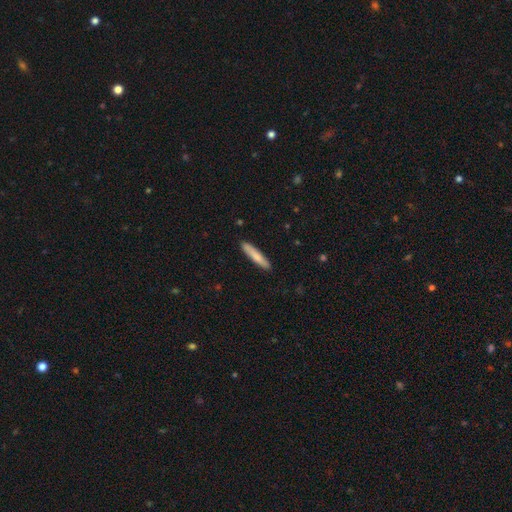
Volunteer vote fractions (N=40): This appears to be a smooth galaxy with no disk features (90%) that is cigar-shaped (92%). Merging: none (92%).